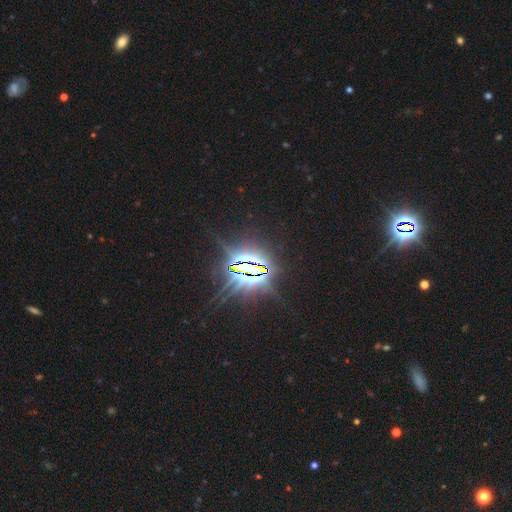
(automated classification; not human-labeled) This is clearly a star or artifact rather than a galaxy (87%).